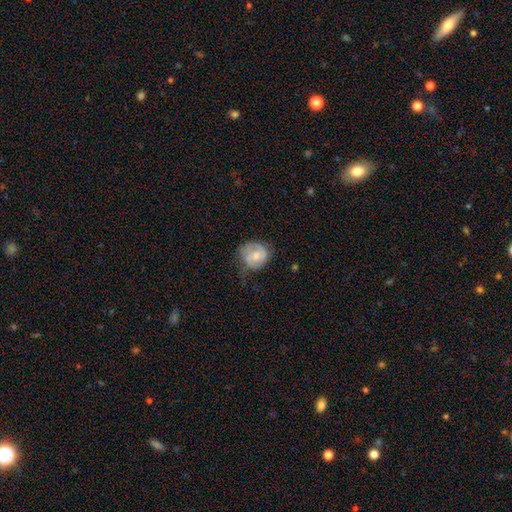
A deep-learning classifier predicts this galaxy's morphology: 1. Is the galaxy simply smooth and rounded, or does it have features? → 49% smooth, 44% featured or disk, 7% star or artifact.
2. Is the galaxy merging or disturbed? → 49% none, 34% minor disturbance, 16% major disturbance, 2% merger.